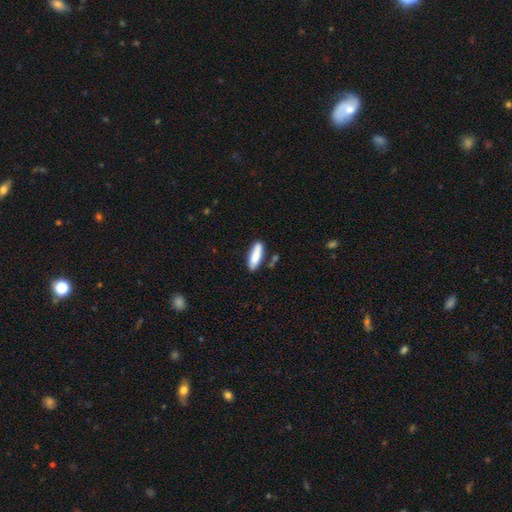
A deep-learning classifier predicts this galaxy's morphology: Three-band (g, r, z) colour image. It shows a smooth galaxy with no disk features (83%) that is cigar-shaped (51%). Merging: none (79%).